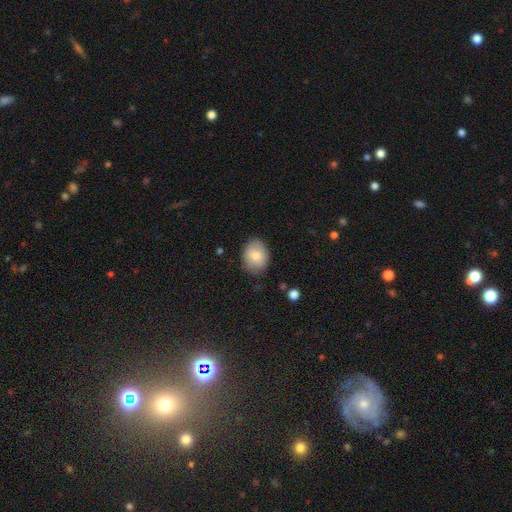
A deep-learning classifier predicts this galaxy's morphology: The model was most divided on "how rounded": in between: 63%, round: 37%, cigar-shaped: 1%. More confident: merging — none (81%); smooth or featured — smooth (78%).